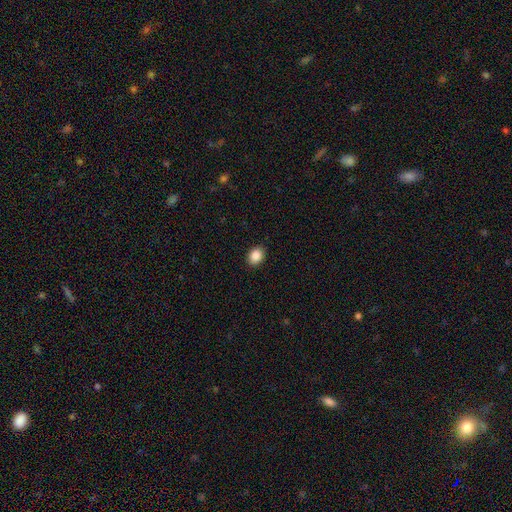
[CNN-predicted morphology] type=smooth (88%); roundness=in between (60%); merging=none (90%).